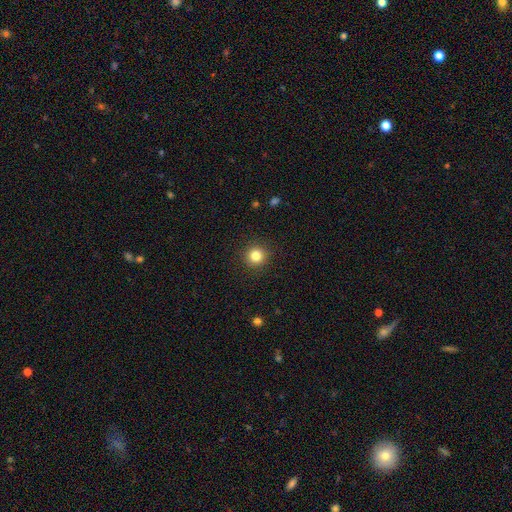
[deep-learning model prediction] smooth-or-featured: smooth: 84% | star or artifact: 11% | featured or disk: 5%
  how-rounded: round: 94% | in between: 5% | cigar-shaped: 1%
  merging: none: 92% | minor disturbance: 5% | major disturbance: 2% | merger: 1%